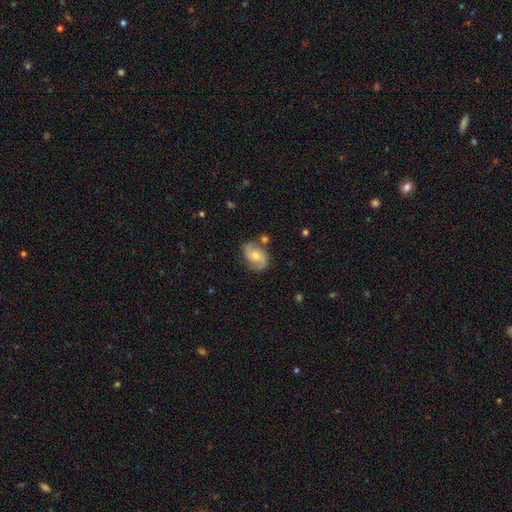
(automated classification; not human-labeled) The model was most divided on "spiral winding": medium: 45%, loose: 36%, tight: 19%. More confident: edge-on disk — no (97%); spiral arms — yes (93%); spiral arm count — 2 (89%); merging — none (72%); smooth or featured — featured or disk (70%); bar — no (60%); bulge size — moderate (52%).